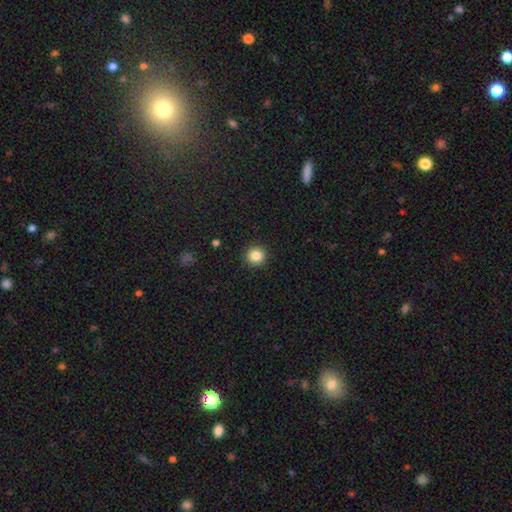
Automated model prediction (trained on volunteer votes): Overall: smooth (85%). How rounded: round (94%). Merging: none (92%).